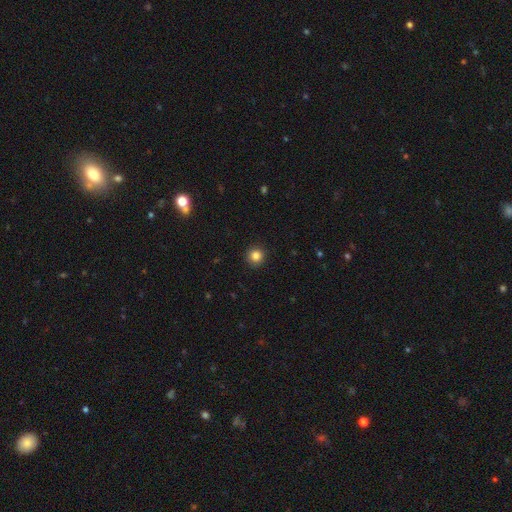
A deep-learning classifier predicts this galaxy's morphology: smooth_or_featured: smooth (p=0.84) [alt: star or artifact p=0.11]
how_rounded: round (p=0.95) [alt: in between p=0.04]
merging: none (p=0.93) [alt: minor disturbance p=0.05]